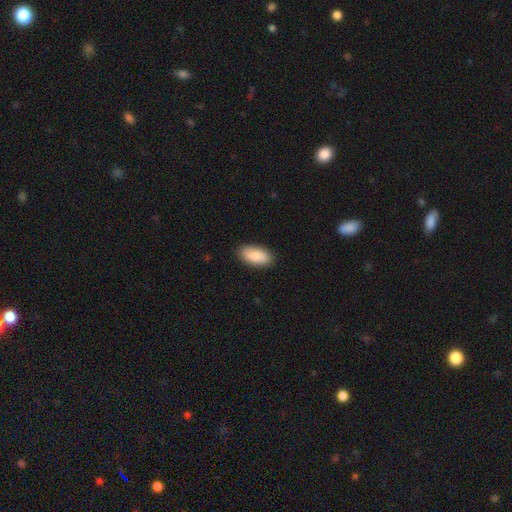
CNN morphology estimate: This appears to be a smooth galaxy with no disk features (89%) that is in between round and cigar-shaped (92%). Merging: none (88%).